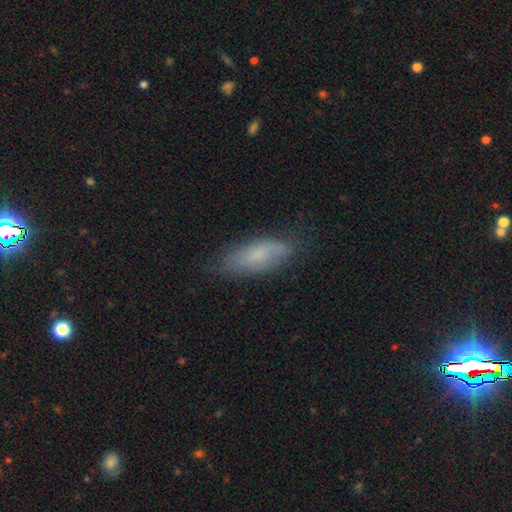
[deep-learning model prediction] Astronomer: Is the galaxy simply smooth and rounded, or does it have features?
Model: smooth — 70%.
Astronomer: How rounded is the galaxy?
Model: in between — 74%.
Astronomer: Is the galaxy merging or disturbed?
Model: none — 68%.